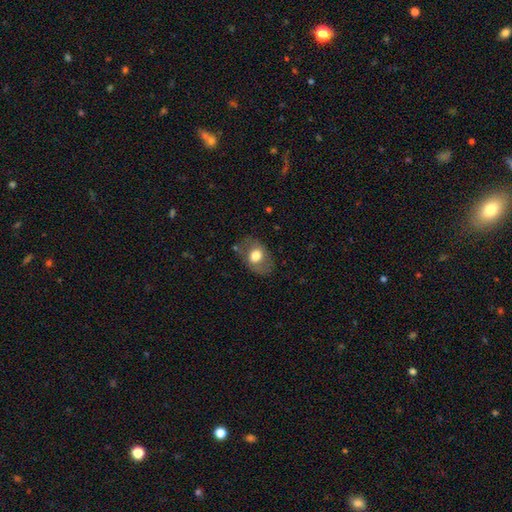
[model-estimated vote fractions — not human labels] Smooth or featured?
  - smooth: 65% *
  - featured or disk: 27%
  - star or artifact: 7%
How rounded?
  - in between: 75% *
  - round: 24%
  - cigar-shaped: 1%
Merging?
  - none: 70% *
  - minor disturbance: 20%
  - major disturbance: 8%
  - merger: 2%